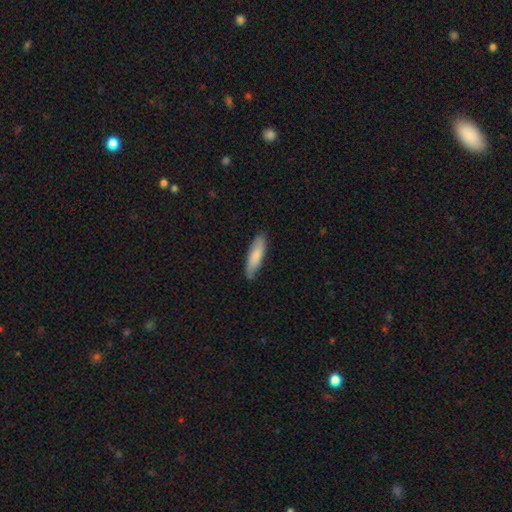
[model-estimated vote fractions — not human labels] The model was most divided on "how rounded": cigar-shaped: 59%, in between: 40%, round: 1%. More confident: merging — none (81%); smooth or featured — smooth (79%).